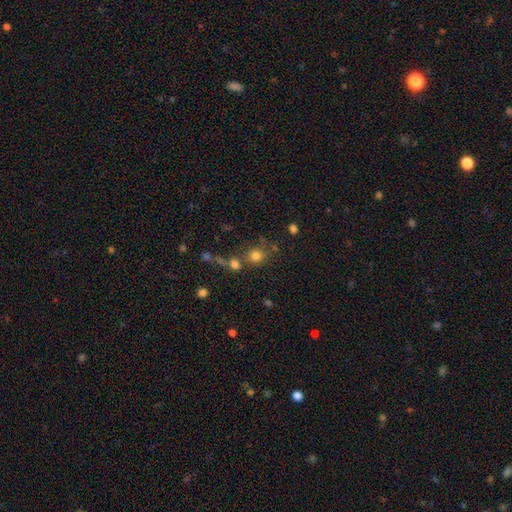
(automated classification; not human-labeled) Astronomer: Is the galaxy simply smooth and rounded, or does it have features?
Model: smooth — 76%.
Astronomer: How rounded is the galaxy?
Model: round — 84%.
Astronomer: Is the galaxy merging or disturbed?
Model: none — 60%.